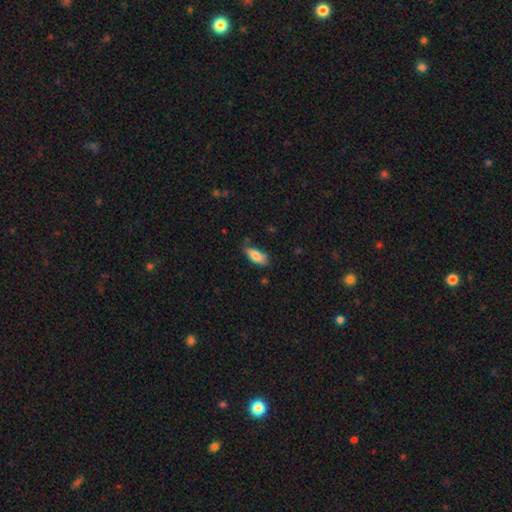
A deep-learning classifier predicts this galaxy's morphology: This is clearly a smooth galaxy (84%). How rounded: likely in between (79%). Merging: likely none (69%).